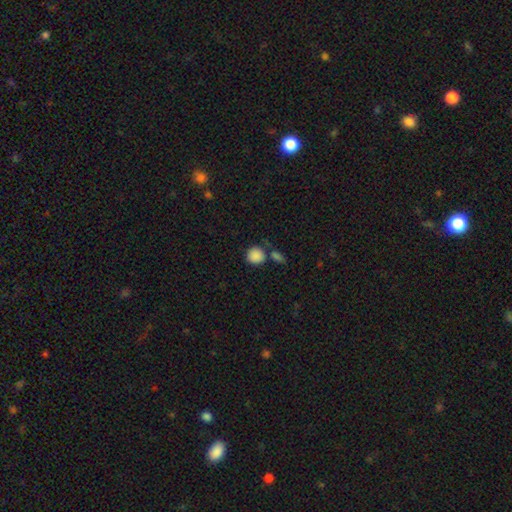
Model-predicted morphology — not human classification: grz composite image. It shows a smooth galaxy with no disk features (87%) that is round (88%). Merging: none (64%).